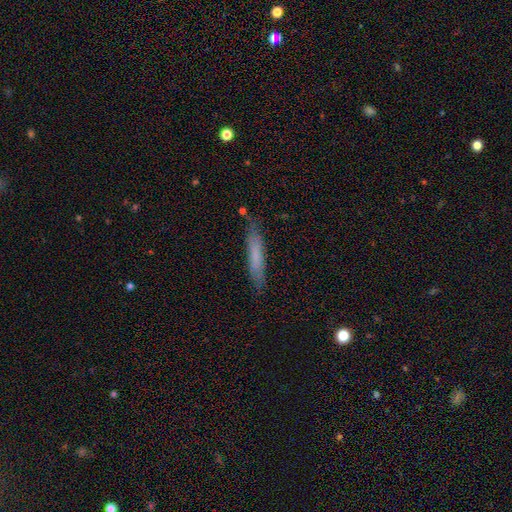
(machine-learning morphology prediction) A smooth galaxy with no disk features (68%) that is cigar-shaped (92%). Merging: none (82%).